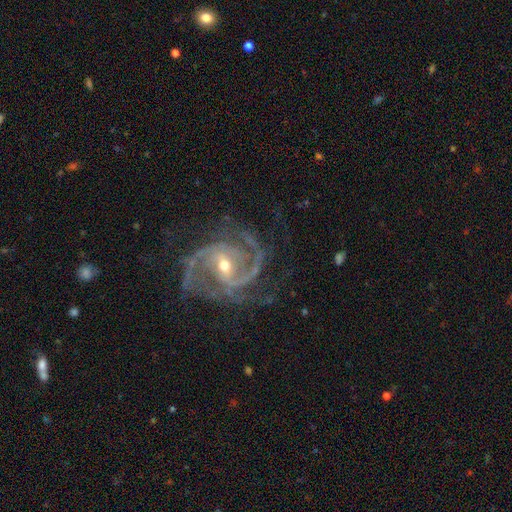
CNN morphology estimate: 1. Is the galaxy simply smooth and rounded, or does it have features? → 92% featured or disk, 6% star or artifact, 3% smooth.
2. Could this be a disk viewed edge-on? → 98% no, 2% yes.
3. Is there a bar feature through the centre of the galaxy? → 38% weak, 33% strong, 29% no.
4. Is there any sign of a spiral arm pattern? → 98% yes, 2% no.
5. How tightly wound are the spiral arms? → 52% medium, 37% tight, 11% loose.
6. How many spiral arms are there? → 40% 2, 33% 3, 9% 4, 8% can't tell, 5% more than 4, 5% 1.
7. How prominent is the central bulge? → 49% small, 48% moderate, 2% large, 1% none, 1% dominant.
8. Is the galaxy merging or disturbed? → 74% none, 16% minor disturbance, 9% major disturbance, 1% merger.